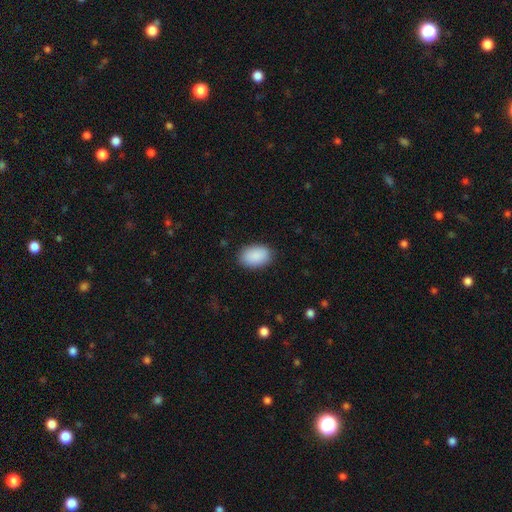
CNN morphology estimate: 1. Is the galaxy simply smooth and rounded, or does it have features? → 91% smooth, 6% star or artifact, 3% featured or disk.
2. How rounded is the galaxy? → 90% in between, 8% round, 1% cigar-shaped.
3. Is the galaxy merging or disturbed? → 87% none, 10% minor disturbance, 3% major disturbance, 1% merger.